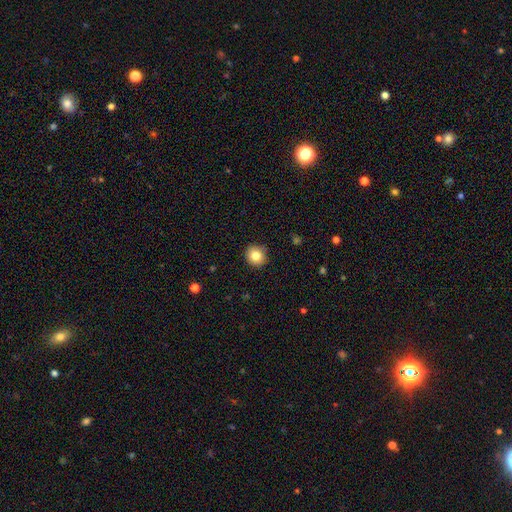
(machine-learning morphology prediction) The model was most divided on "smooth or featured": smooth: 83%, star or artifact: 10%, featured or disk: 7%. More confident: merging — none (89%); how rounded — round (87%).